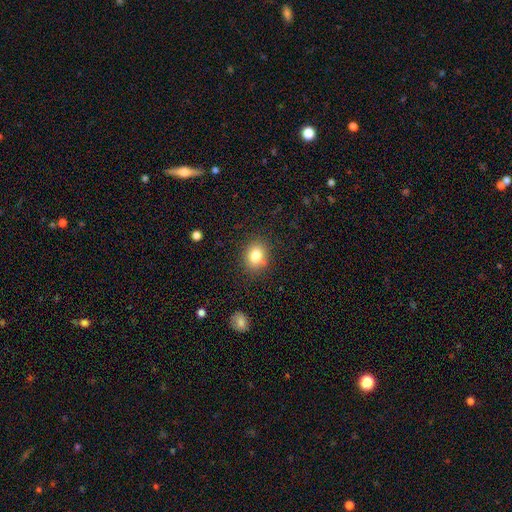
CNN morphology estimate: This is clearly a smooth galaxy (82%). How rounded: possibly round (56%). Merging: clearly none (82%).